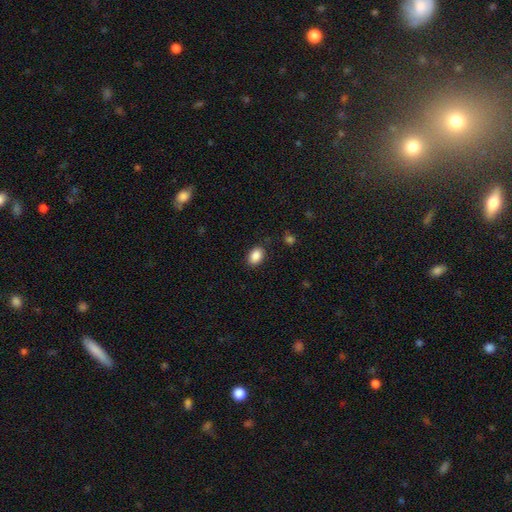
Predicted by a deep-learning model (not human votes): Smooth or featured: smooth — 88% (star or artifact — 8%)
How rounded: in between — 82% (round — 17%)
Merging: none — 86% (minor disturbance — 10%)